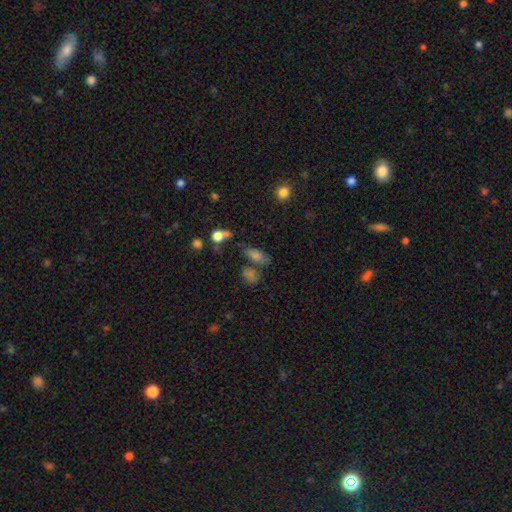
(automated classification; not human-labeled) This is likely a smooth galaxy (74%). How rounded: likely in between (79%). Merging: possibly none (51%).